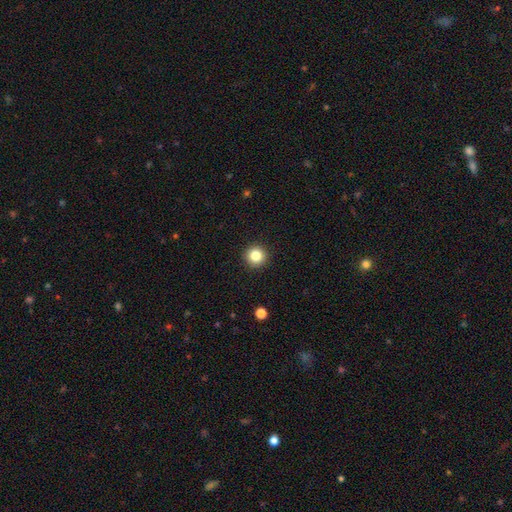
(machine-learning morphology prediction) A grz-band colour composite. It shows a smooth galaxy with no disk features (83%) that is round (96%). Merging: none (93%).